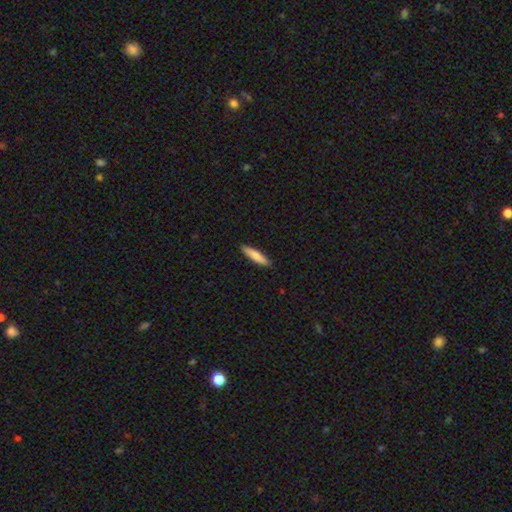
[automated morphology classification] Smooth or featured? smooth (79%)
How rounded? cigar-shaped (82%)
Merging? none (90%)